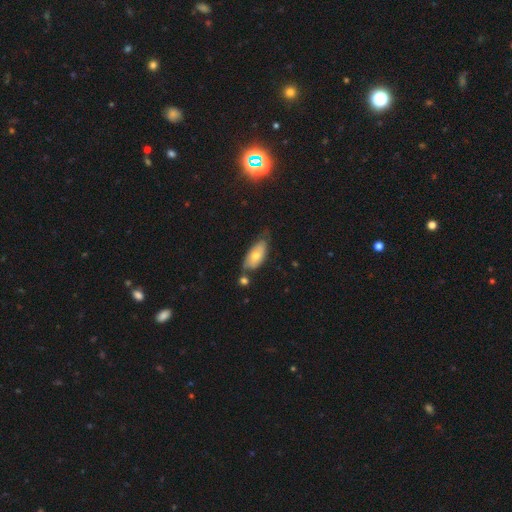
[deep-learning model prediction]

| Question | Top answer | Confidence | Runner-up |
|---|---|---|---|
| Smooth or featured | smooth | 64% | featured or disk (29%) |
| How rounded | in between | 87% | cigar-shaped (10%) |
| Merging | none | 53% | minor disturbance (29%) |